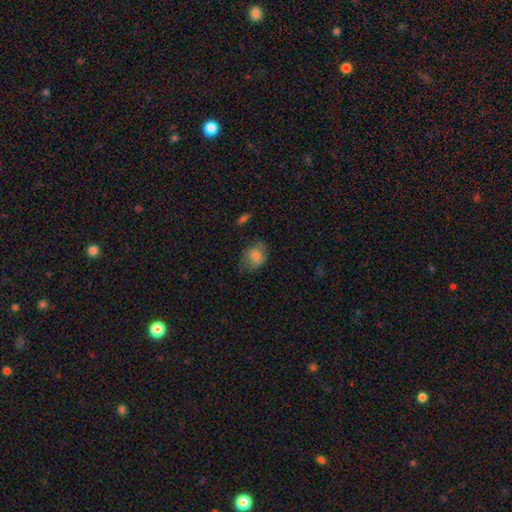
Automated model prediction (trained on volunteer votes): The model was most divided on "how rounded": in between: 61%, round: 38%, cigar-shaped: 1%. More confident: smooth or featured — smooth (73%); merging — none (54%).